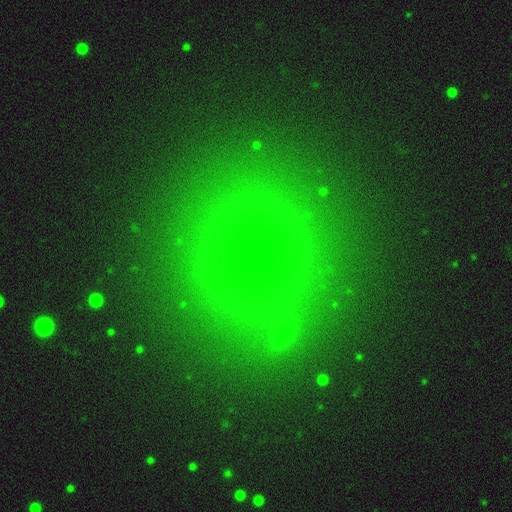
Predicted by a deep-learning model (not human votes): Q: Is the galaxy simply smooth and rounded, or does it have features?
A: smooth — 61%.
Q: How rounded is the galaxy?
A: round — 92%.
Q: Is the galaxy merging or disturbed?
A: none — 87%.